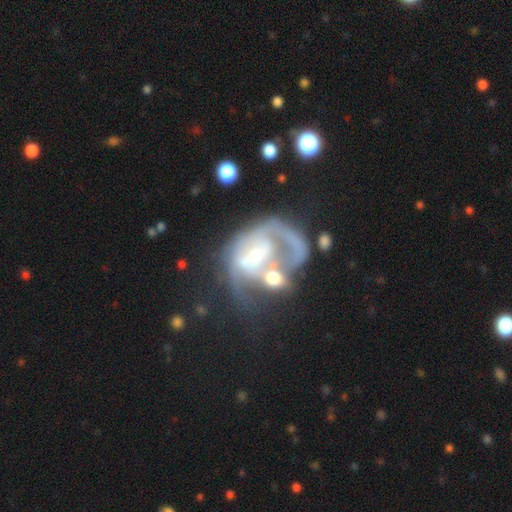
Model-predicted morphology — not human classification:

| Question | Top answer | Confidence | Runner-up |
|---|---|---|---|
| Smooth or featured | featured or disk | 70% | smooth (20%) |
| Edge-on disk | no | 97% | yes (3%) |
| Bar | no | 71% | weak (22%) |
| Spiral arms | yes | 52% | no (48%) |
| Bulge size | moderate | 47% | small (41%) |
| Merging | merger | 48% | major disturbance (28%) |